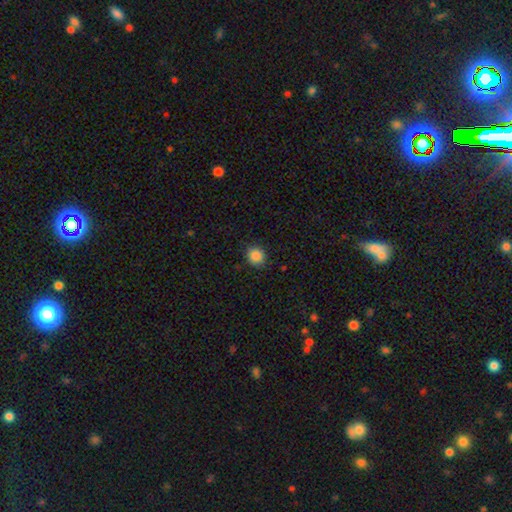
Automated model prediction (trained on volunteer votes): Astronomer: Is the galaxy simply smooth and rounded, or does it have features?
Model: smooth — 87%.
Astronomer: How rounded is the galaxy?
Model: round — 80%.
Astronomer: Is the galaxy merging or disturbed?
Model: none — 89%.